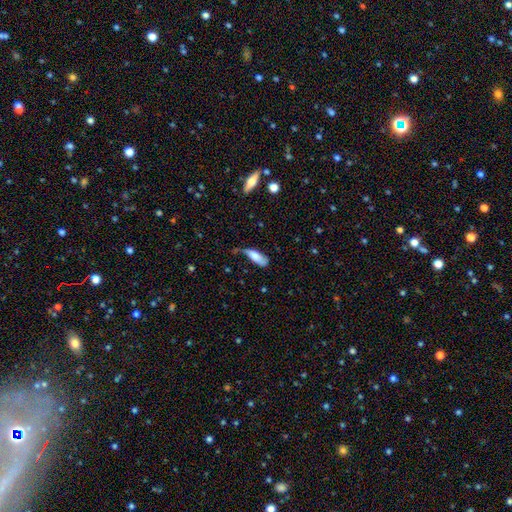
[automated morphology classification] Smooth or featured: smooth — 69% (featured or disk — 23%)
How rounded: in between — 70% (cigar-shaped — 28%)
Merging: minor disturbance — 39% (none — 33%)